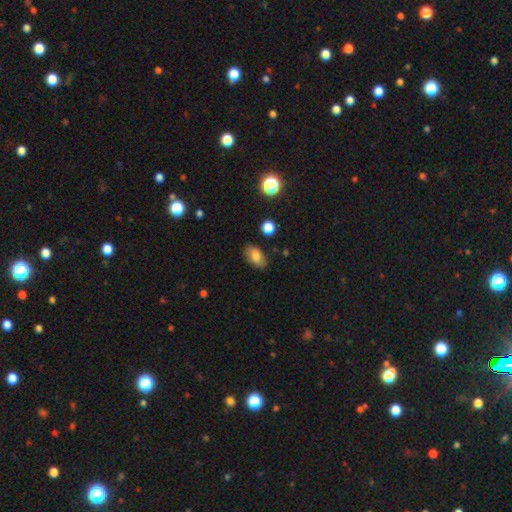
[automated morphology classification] A smooth galaxy with no disk features (79%) that is in between round and cigar-shaped (90%).

Vote fractions:
- Smooth or featured? smooth: 79% / featured or disk: 11% / star or artifact: 10%
- How rounded? in between: 90% / round: 8% / cigar-shaped: 2%
- Merging? none: 83% / minor disturbance: 13% / major disturbance: 3% / merger: 2%